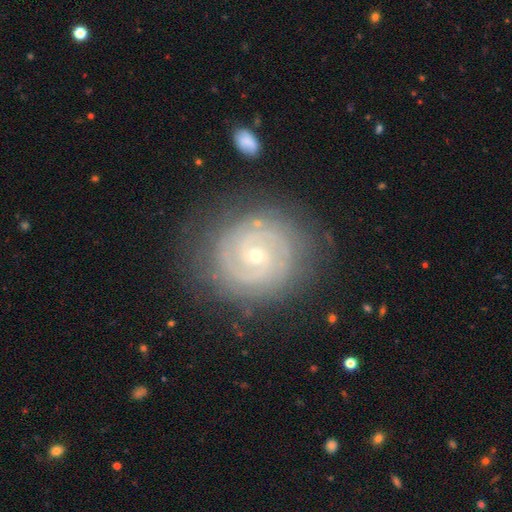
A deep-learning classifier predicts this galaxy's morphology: Smooth or featured? Predicted: featured or disk (p=0.88). Edge-on disk? Predicted: no (p=0.98). Bar? Predicted: no (p=0.68). Spiral arms? Predicted: yes (p=0.97). Spiral winding? Predicted: tight (p=0.79). Spiral arm count? Predicted: 2 (p=0.63). Bulge size? Predicted: small (p=0.72). Merging? Predicted: none (p=0.82).